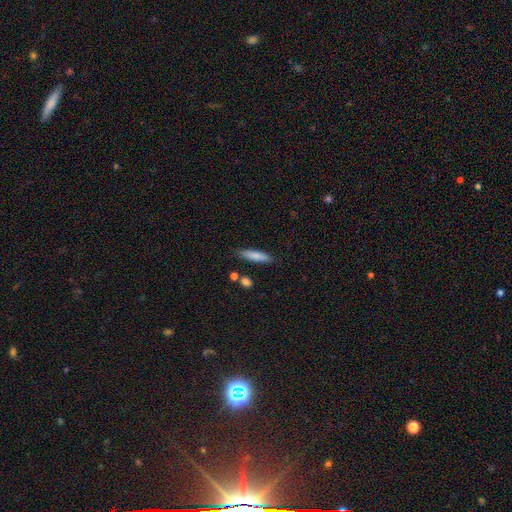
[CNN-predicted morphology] type=smooth (80%); roundness=cigar-shaped (79%); merging=none (83%).